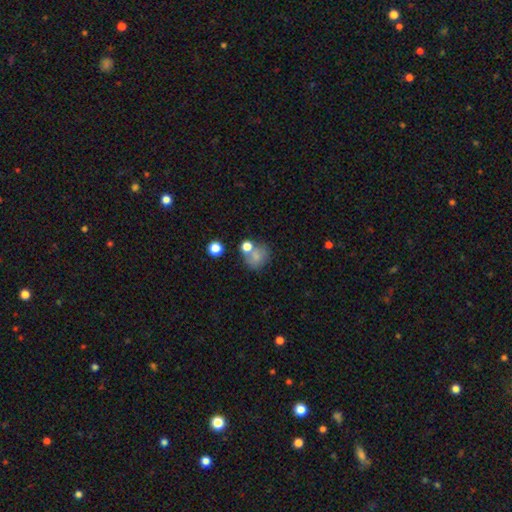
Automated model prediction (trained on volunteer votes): smooth-or-featured: smooth: 72% | featured or disk: 14% | star or artifact: 14%
  how-rounded: round: 75% | in between: 24% | cigar-shaped: 1%
  merging: none: 49% | merger: 26% | minor disturbance: 16% | major disturbance: 10%